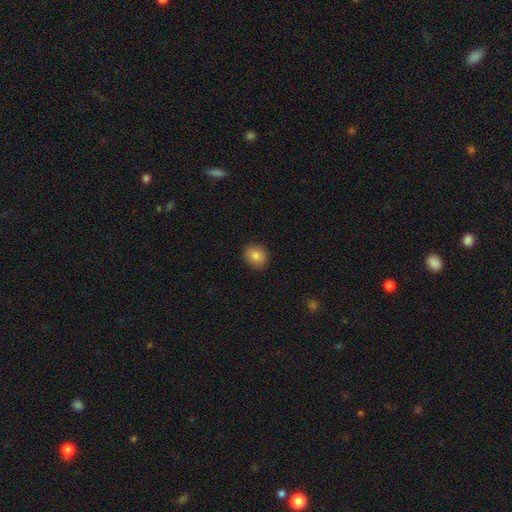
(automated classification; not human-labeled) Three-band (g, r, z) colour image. It shows a smooth galaxy with no disk features (83%) that is round (72%). Merging: none (90%).